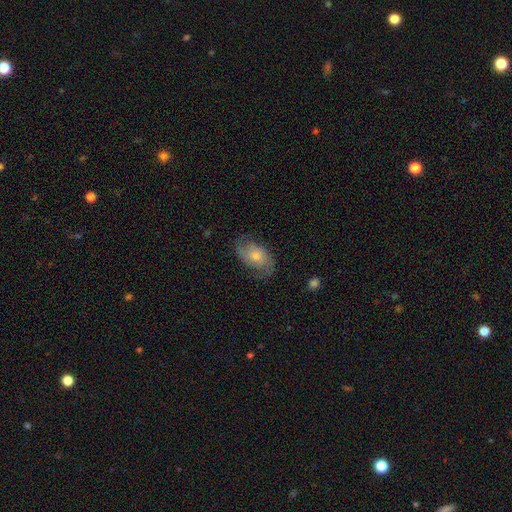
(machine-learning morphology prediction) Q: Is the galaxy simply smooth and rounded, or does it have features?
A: featured or disk — 60%.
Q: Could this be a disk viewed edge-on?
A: no — 96%.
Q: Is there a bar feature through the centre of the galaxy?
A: no — 69%.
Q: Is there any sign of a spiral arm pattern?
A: yes — 88%.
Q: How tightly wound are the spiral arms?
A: medium — 45%.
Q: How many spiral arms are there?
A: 2 — 85%.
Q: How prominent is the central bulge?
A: moderate — 45%.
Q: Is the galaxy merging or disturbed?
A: none — 69%.